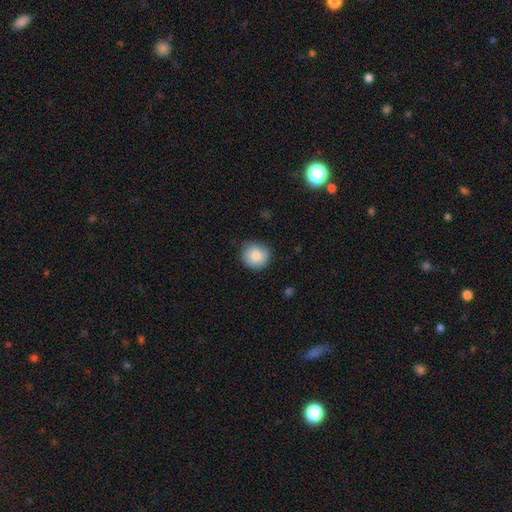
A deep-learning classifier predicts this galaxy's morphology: type=smooth (86%); roundness=round (89%); merging=none (84%).